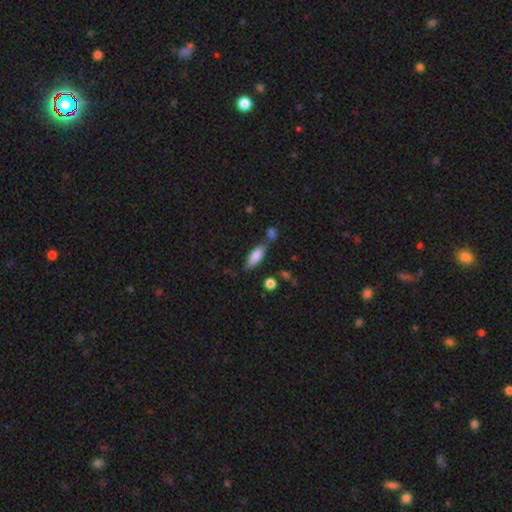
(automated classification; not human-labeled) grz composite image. It shows a smooth galaxy with no disk features (76%) that is in between round and cigar-shaped (65%). Merging: none (63%).